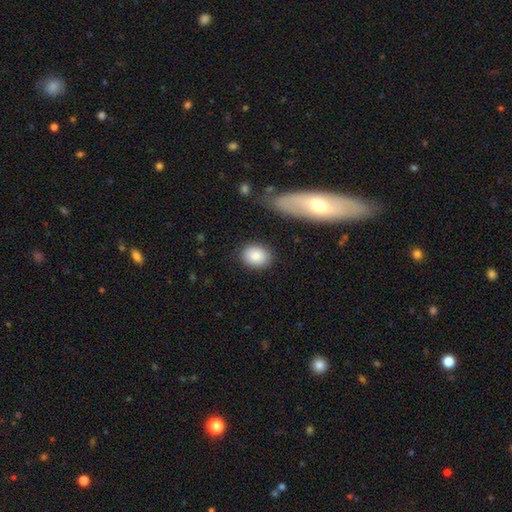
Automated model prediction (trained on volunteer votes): smooth-or-featured: smooth: 87% | star or artifact: 7% | featured or disk: 6%
  how-rounded: in between: 57% | round: 41% | cigar-shaped: 1%
  merging: none: 82% | minor disturbance: 11% | major disturbance: 3% | merger: 3%